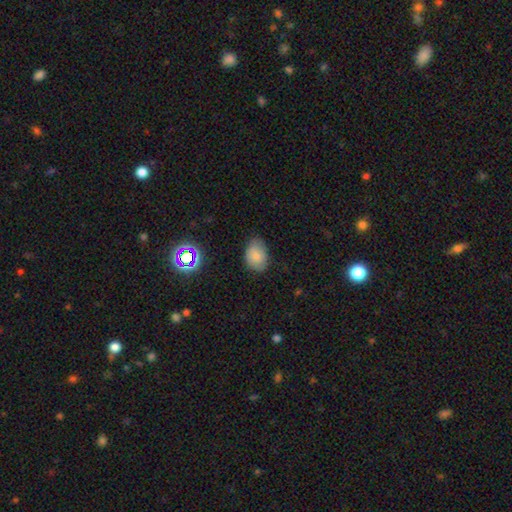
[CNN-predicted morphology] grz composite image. It shows a smooth galaxy with no disk features (80%) that is in between round and cigar-shaped (79%). Merging: none (71%).